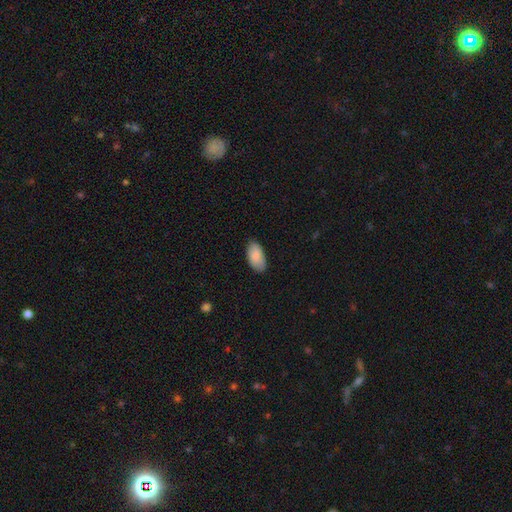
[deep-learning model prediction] Smooth or featured: smooth — 88% (featured or disk — 6%)
How rounded: in between — 95% (cigar-shaped — 3%)
Merging: none — 84% (minor disturbance — 13%)